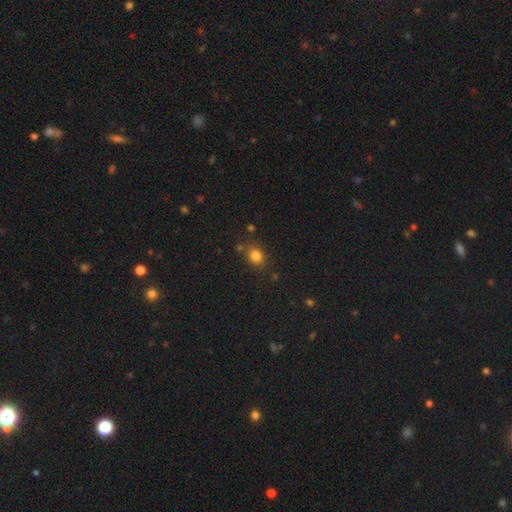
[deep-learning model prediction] The model was most divided on "how rounded": round: 55%, in between: 44%, cigar-shaped: 1%. More confident: smooth or featured — smooth (81%); merging — none (78%).